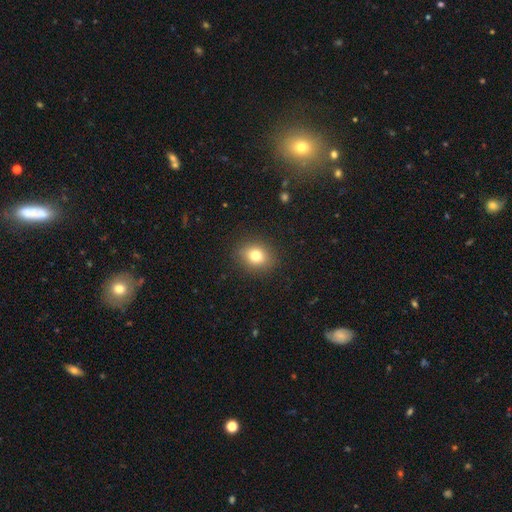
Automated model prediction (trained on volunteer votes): smooth 78%, star or artifact 12%, featured or disk 10%. Down the decision tree: how rounded — round (57%); merging — none (89%).